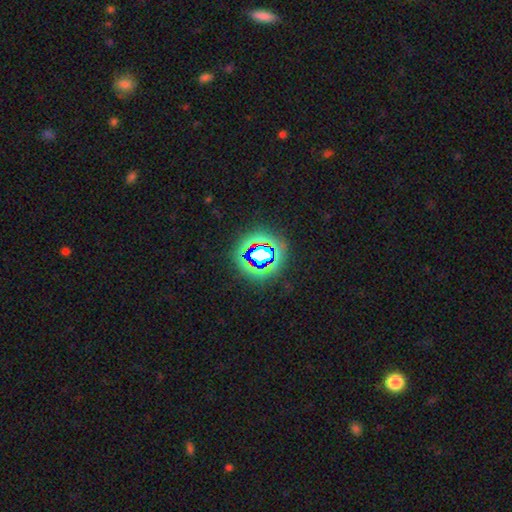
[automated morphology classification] Smooth or featured: star or artifact — 71% (smooth — 18%)